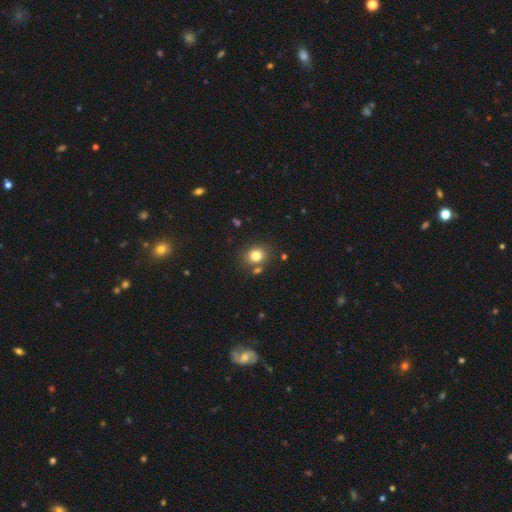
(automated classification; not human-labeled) This appears to be a smooth galaxy with no disk features (80%) that is round (64%). Merging: none (76%).